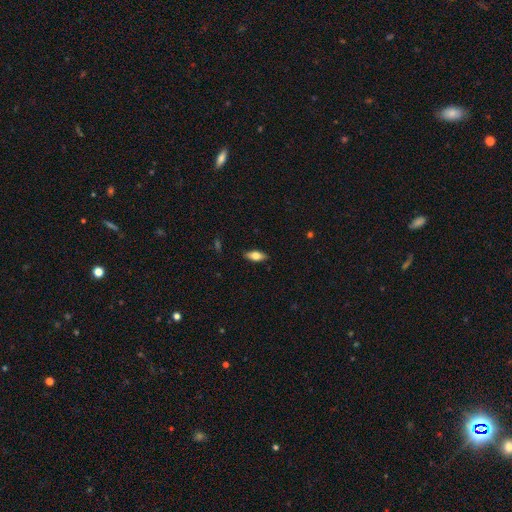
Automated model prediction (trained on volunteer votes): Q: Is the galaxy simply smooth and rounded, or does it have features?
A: smooth — 71%.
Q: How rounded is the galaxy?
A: in between — 81%.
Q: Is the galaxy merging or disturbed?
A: none — 87%.